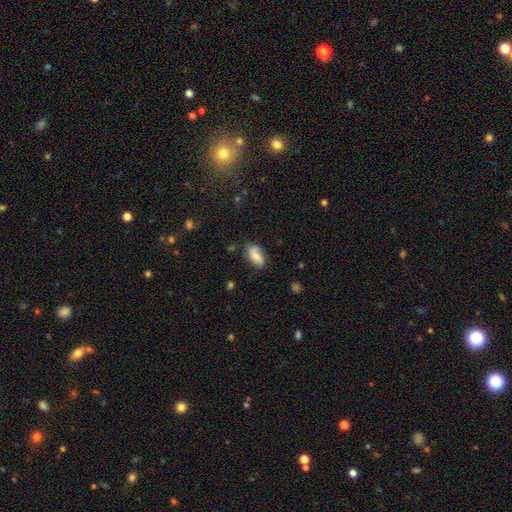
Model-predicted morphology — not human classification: smooth 64%, featured or disk 28%, star or artifact 8%. Down the decision tree: how rounded — in between (90%); merging — none (68%).